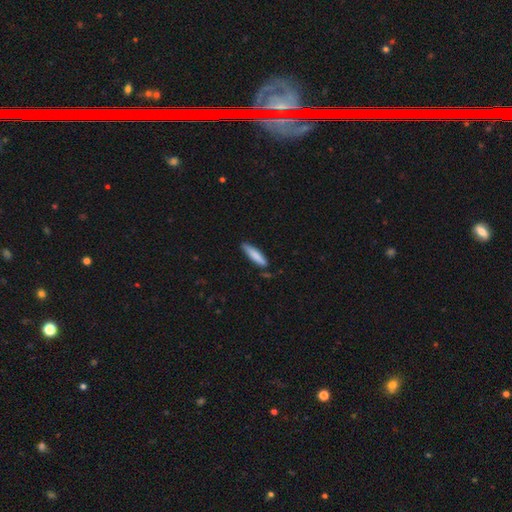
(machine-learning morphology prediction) type=smooth (82%); roundness=cigar-shaped (82%); merging=none (80%).